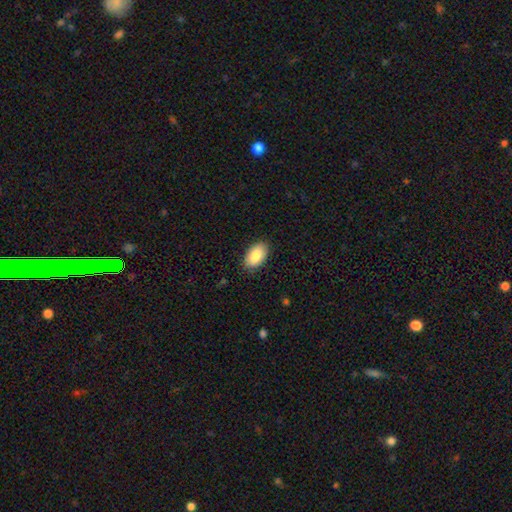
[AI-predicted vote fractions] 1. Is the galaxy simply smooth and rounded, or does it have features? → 87% smooth, 7% featured or disk, 6% star or artifact.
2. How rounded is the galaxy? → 94% in between, 4% round, 2% cigar-shaped.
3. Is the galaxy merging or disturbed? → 87% none, 10% minor disturbance, 2% major disturbance, 1% merger.